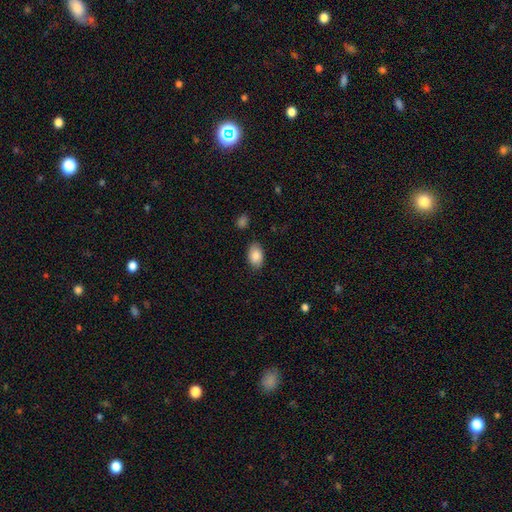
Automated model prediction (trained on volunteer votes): Q: Smooth or featured?
A: smooth (86%); runner-up: featured or disk (7%)
Q: How rounded?
A: in between (89%); runner-up: round (10%)
Q: Merging?
A: none (83%); runner-up: minor disturbance (13%)